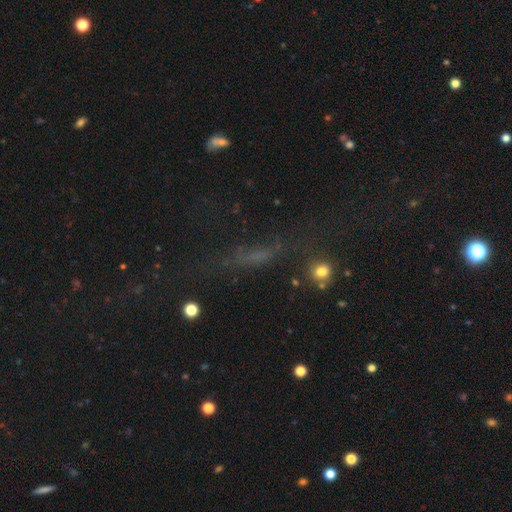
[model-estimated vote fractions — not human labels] smooth_or_featured: smooth (p=0.43) [alt: star or artifact p=0.32]
merging: none (p=0.51) [alt: major disturbance p=0.24]